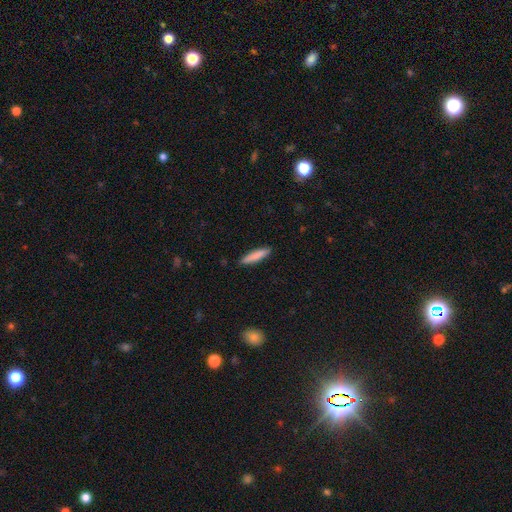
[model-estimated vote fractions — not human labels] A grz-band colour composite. It shows a smooth galaxy with no disk features (84%) that is cigar-shaped (87%). Merging: none (90%).